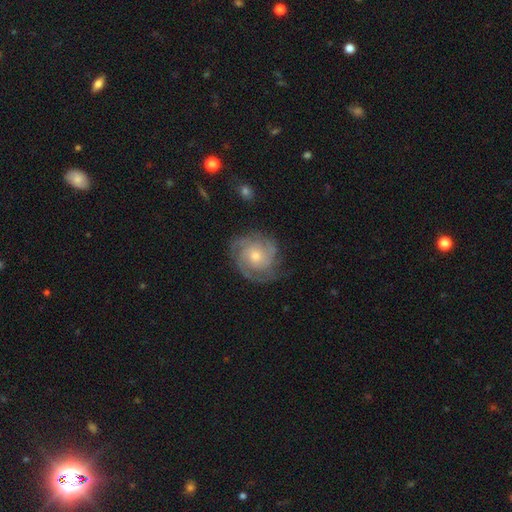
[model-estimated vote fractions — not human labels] Smooth or featured? featured or disk (83%)
Edge-on disk? no (98%)
Bar? no (77%)
Spiral arms? yes (96%)
Spiral winding? tight (65%)
Spiral arm count? 3 (38%)
Bulge size? moderate (54%)
Merging? none (77%)